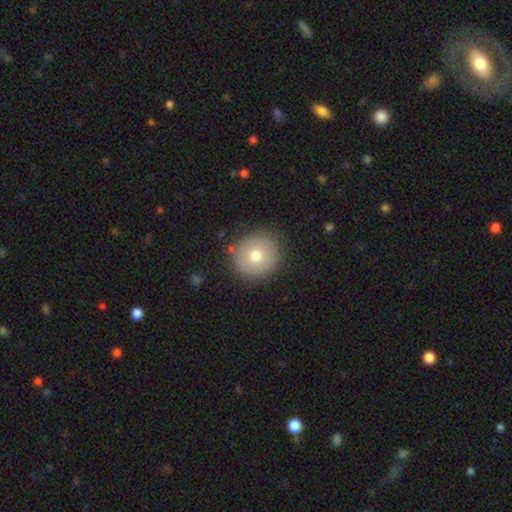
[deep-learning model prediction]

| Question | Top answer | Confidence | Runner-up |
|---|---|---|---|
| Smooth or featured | smooth | 71% | featured or disk (21%) |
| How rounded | round | 91% | in between (8%) |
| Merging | none | 87% | minor disturbance (9%) |